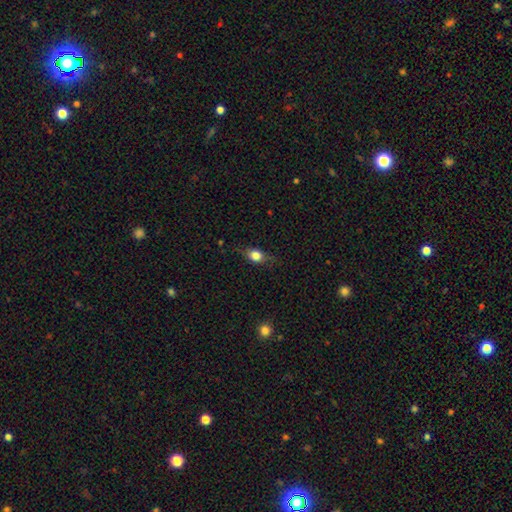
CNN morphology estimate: Smooth or featured? smooth (68%)
How rounded? in between (52%)
Merging? none (73%)